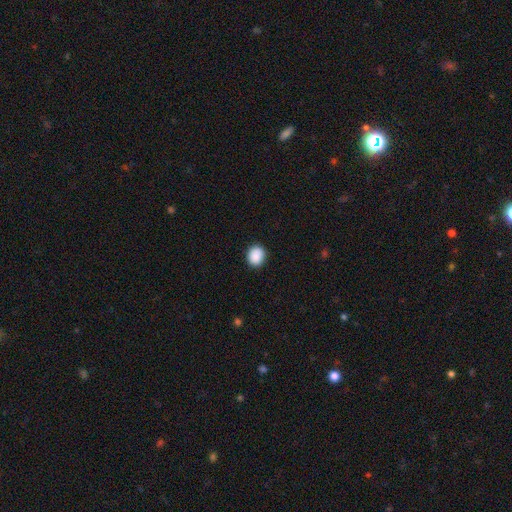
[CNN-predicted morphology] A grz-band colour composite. It shows a smooth galaxy with no disk features (89%) that is round (74%). Merging: none (89%).